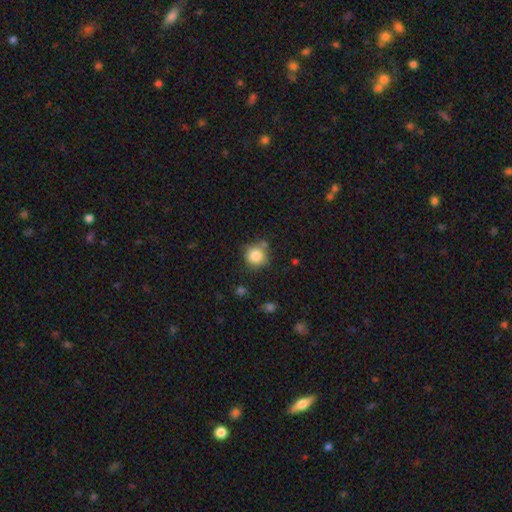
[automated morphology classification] Smooth or featured? Predicted: smooth (p=0.83). How rounded? Predicted: round (p=0.89). Merging? Predicted: none (p=0.69).